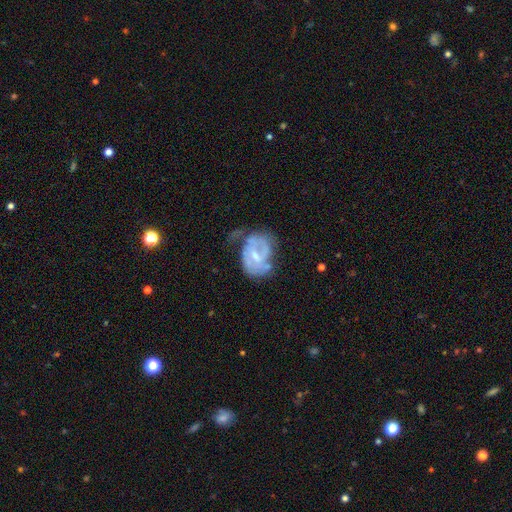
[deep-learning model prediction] Smooth or featured? Predicted: featured or disk (p=0.75). Edge-on disk? Predicted: no (p=0.97). Bar? Predicted: weak (p=0.55). Spiral arms? Predicted: yes (p=0.79). Spiral winding? Predicted: medium (p=0.42). Spiral arm count? Predicted: 2 (p=0.58). Bulge size? Predicted: small (p=0.53). Merging? Predicted: none (p=0.37).